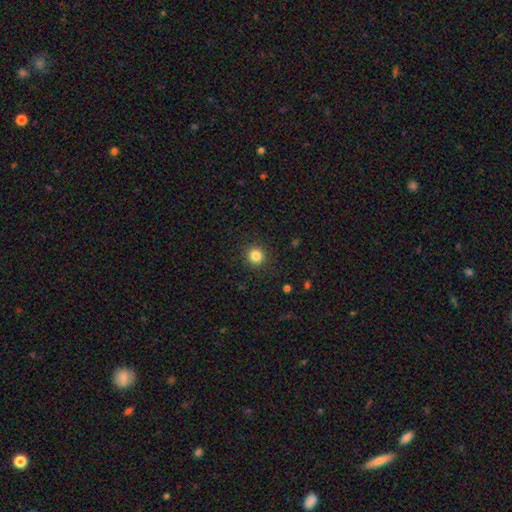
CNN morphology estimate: Q: Smooth or featured?
A: smooth (83%); runner-up: star or artifact (12%)
Q: How rounded?
A: round (93%); runner-up: in between (6%)
Q: Merging?
A: none (91%); runner-up: minor disturbance (6%)